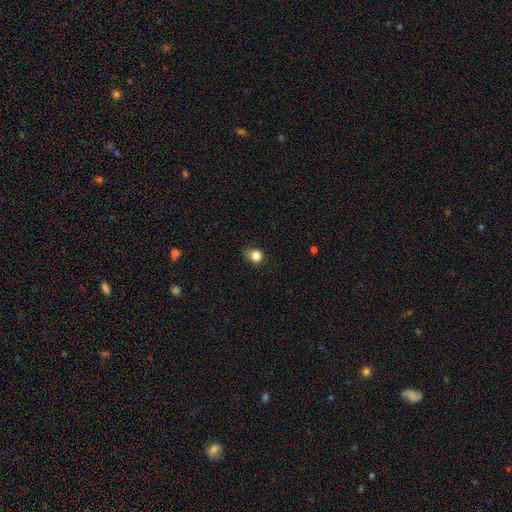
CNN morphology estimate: Overall: smooth (83%). How rounded: round (68%; in between 31%). Merging: none (58%; minor disturbance 31%).